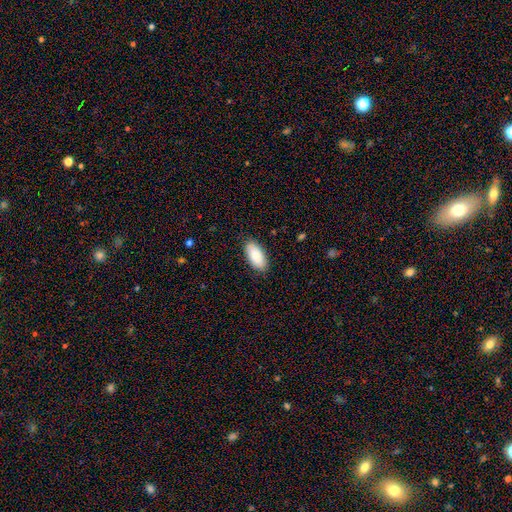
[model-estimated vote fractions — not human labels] A smooth galaxy with no disk features (89%) that is in between round and cigar-shaped (91%). Merging: none (87%).